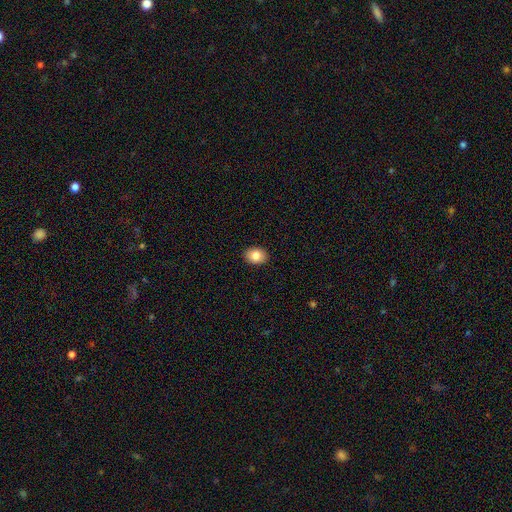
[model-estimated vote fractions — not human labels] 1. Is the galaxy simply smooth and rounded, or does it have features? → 83% smooth, 8% featured or disk, 8% star or artifact.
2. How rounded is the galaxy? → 68% in between, 31% round, 1% cigar-shaped.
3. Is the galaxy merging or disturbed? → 91% none, 7% minor disturbance, 2% major disturbance, 1% merger.